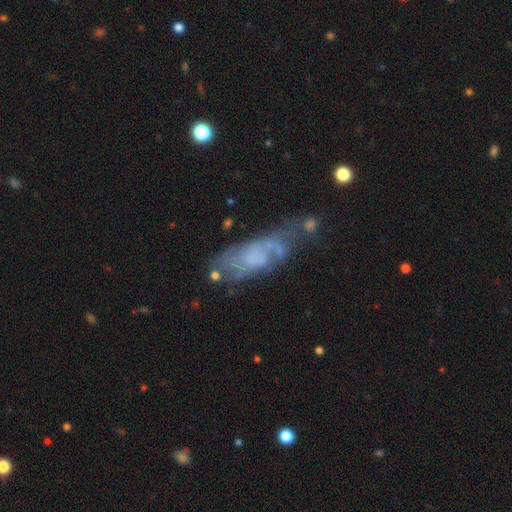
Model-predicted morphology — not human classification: The model was most divided on "merging": none: 43%, minor disturbance: 26%, major disturbance: 21%, merger: 9%. More confident: edge-on disk — no (86%); bar — no (77%); smooth or featured — featured or disk (61%); spiral arms — yes (60%); bulge size — none (59%).